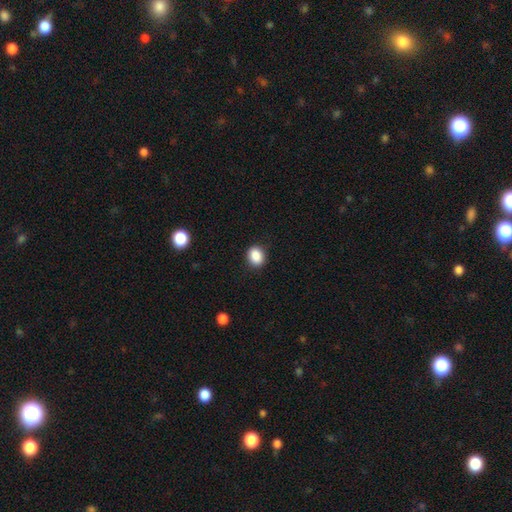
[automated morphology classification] Smooth or featured: smooth — 88% (star or artifact — 9%)
How rounded: in between — 51% (round — 48%)
Merging: none — 88% (minor disturbance — 8%)